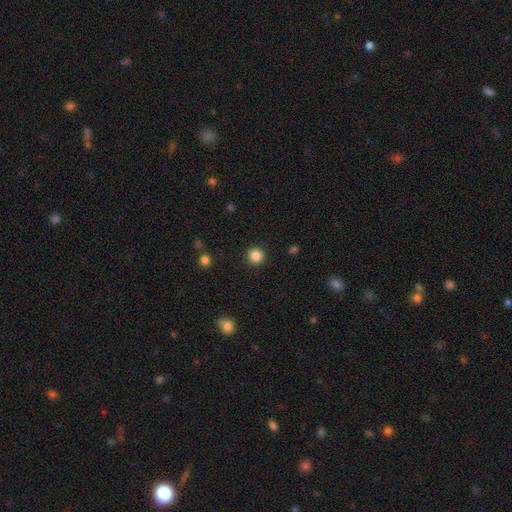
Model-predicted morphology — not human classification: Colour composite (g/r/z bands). It shows a smooth galaxy with no disk features (86%) that is round (95%). Merging: none (92%).